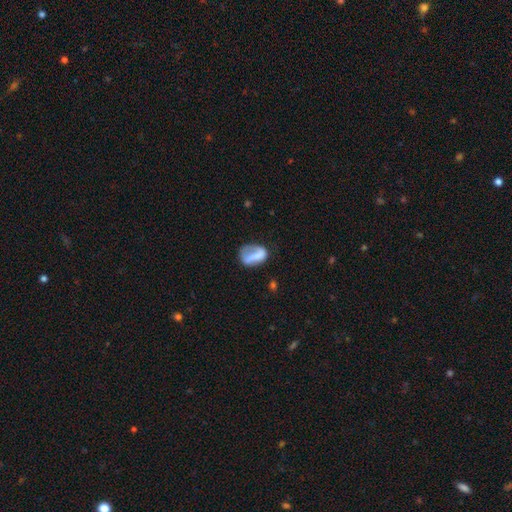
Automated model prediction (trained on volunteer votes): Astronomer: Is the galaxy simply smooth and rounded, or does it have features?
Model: smooth — 63%.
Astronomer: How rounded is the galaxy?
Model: in between — 75%.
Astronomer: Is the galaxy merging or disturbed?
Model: none — 41% (runner-up: minor disturbance, 28%).